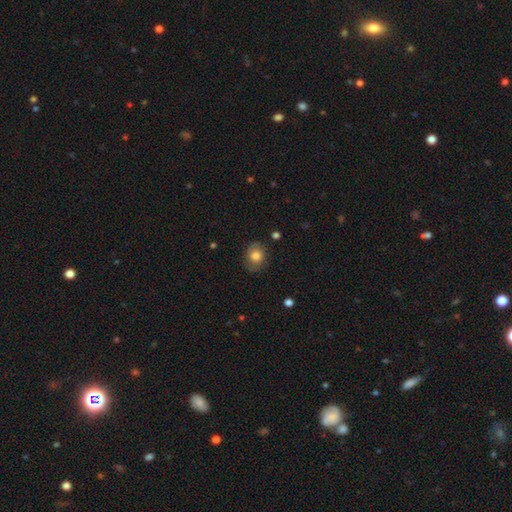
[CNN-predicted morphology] Smooth or featured? smooth (78%)
How rounded? round (60%)
Merging? none (78%)